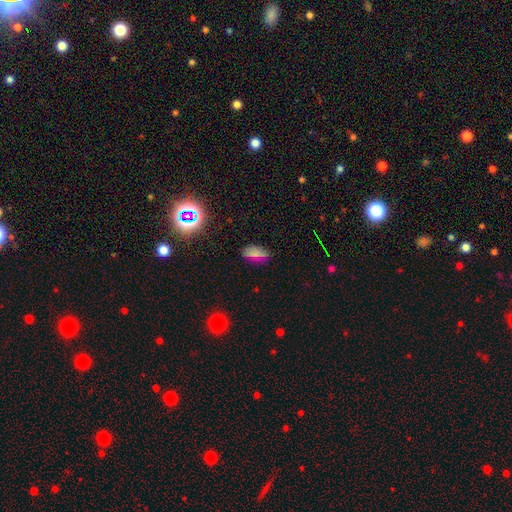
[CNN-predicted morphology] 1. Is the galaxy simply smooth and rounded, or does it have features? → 68% smooth, 24% star or artifact, 8% featured or disk.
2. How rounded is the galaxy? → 88% in between, 7% cigar-shaped, 5% round.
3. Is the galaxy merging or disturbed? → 80% none, 14% minor disturbance, 4% major disturbance, 2% merger.